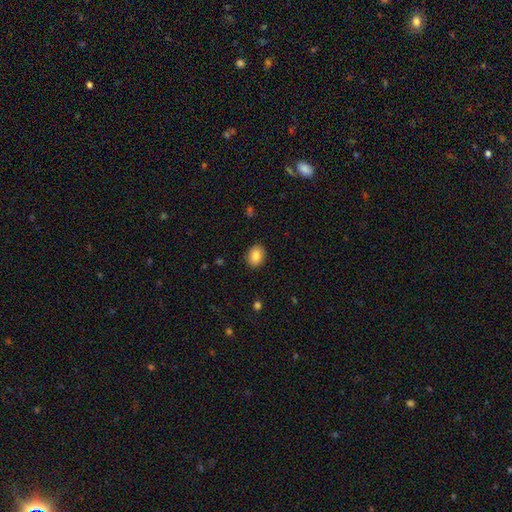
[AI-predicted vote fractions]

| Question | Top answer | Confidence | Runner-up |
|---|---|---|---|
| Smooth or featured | smooth | 85% | star or artifact (8%) |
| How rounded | in between | 57% | round (42%) |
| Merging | none | 89% | minor disturbance (8%) |